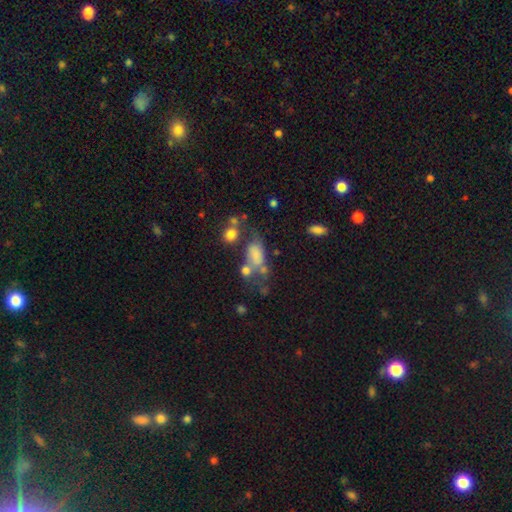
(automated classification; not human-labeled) This is likely a smooth galaxy (66%). How rounded: clearly in between (83%). Merging: marginally none (29%).